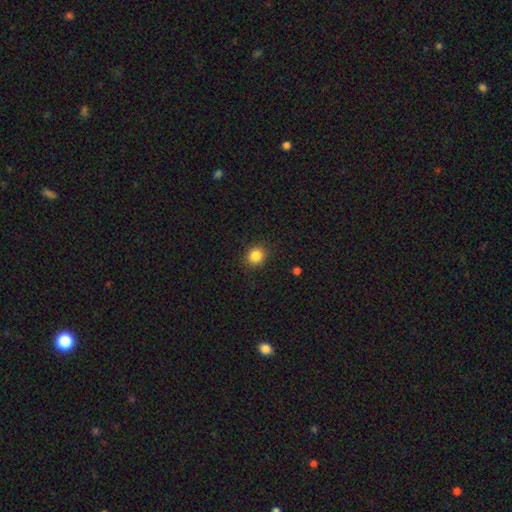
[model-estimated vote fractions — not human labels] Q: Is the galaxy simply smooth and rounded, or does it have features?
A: smooth — 86%.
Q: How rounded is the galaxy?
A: round — 80%.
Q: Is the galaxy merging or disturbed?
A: none — 89%.